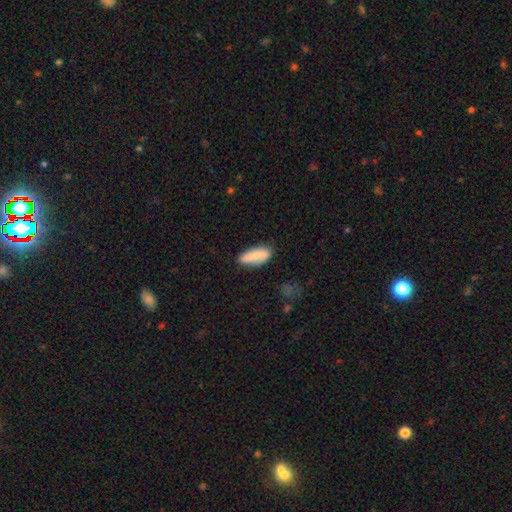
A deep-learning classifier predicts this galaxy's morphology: smooth-or-featured: smooth: 61% | featured or disk: 33% | star or artifact: 6%
  how-rounded: in between: 79% | cigar-shaped: 18% | round: 3%
  merging: none: 77% | minor disturbance: 17% | major disturbance: 4% | merger: 2%